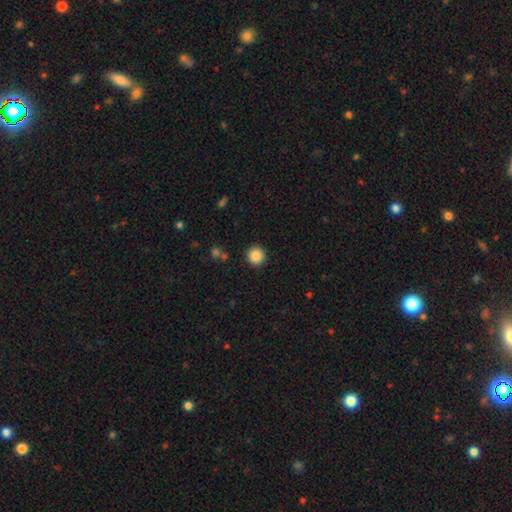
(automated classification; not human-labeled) A smooth galaxy with no disk features (87%) that is round (95%).

Vote fractions:
- Smooth or featured? smooth: 87% / star or artifact: 9% / featured or disk: 3%
- How rounded? round: 95% / in between: 4% / cigar-shaped: 1%
- Merging? none: 91% / minor disturbance: 5% / major disturbance: 2% / merger: 2%